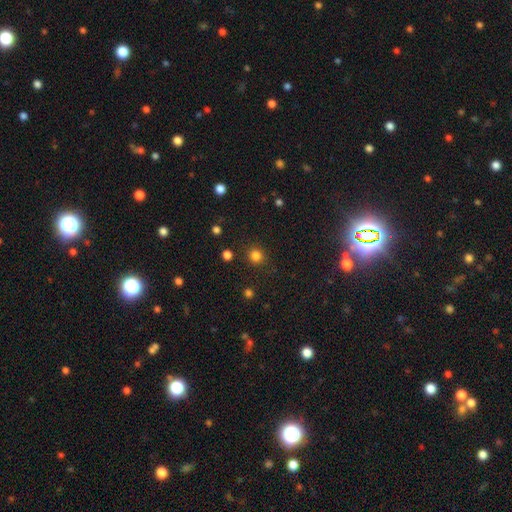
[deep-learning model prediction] smooth-or-featured: smooth: 82% | star or artifact: 14% | featured or disk: 4%
  how-rounded: round: 90% | in between: 9% | cigar-shaped: 1%
  merging: none: 88% | minor disturbance: 7% | major disturbance: 3% | merger: 2%